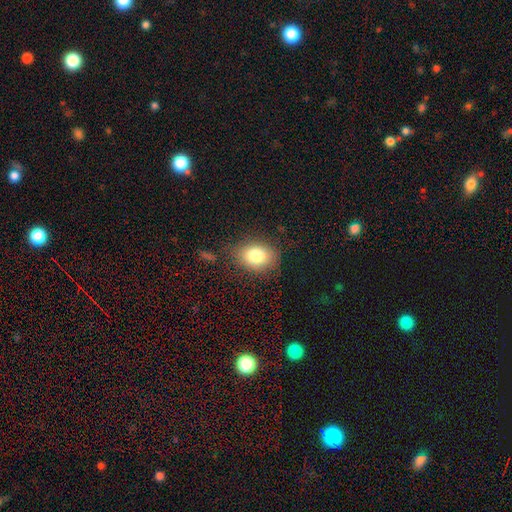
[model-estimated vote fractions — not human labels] Smooth or featured: smooth — 81% (featured or disk — 10%)
How rounded: in between — 67% (round — 32%)
Merging: none — 77% (minor disturbance — 15%)